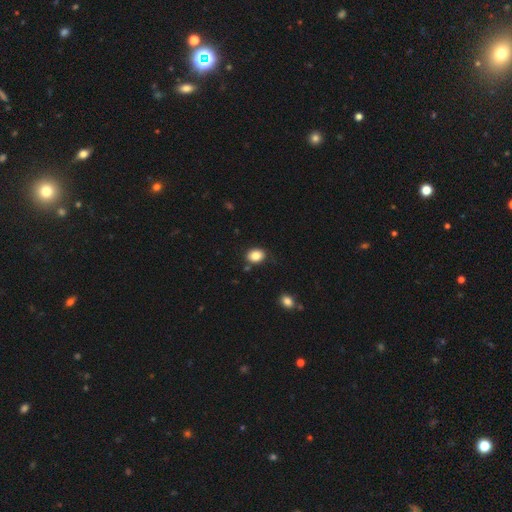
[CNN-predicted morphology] Smooth or featured: smooth — 85% (star or artifact — 9%)
How rounded: in between — 57% (round — 42%)
Merging: none — 82% (minor disturbance — 12%)